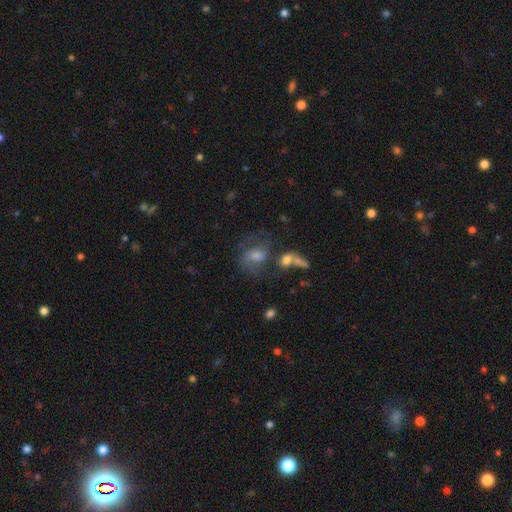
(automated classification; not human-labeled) The model was most divided on "smooth or featured": featured or disk: 50%, smooth: 36%, star or artifact: 15%. Remaining: merging — none (43%).